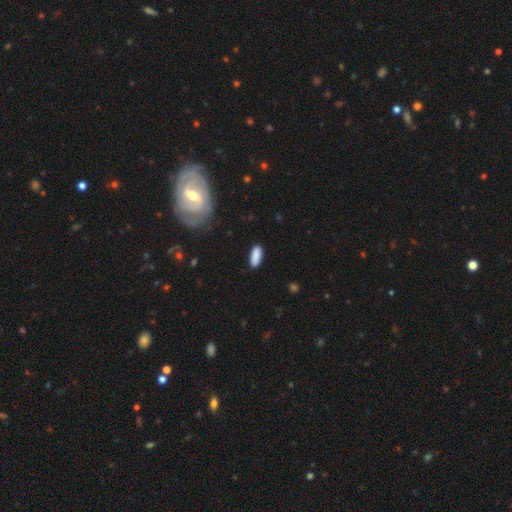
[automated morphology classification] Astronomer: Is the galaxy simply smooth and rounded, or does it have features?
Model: smooth — 88%.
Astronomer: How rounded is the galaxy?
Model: in between — 76%.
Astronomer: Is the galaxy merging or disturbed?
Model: none — 85%.